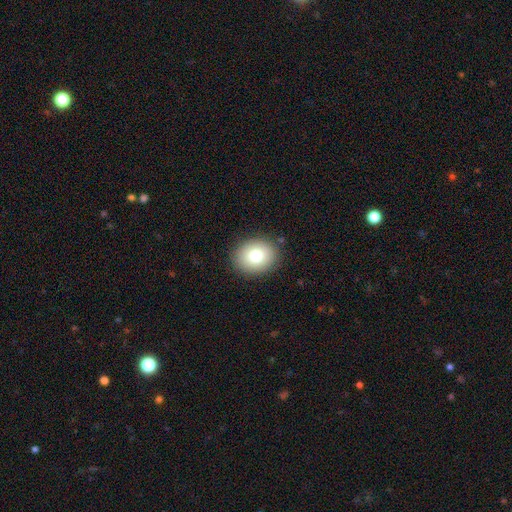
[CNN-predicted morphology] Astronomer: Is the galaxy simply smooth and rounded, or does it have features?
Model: smooth — 78%.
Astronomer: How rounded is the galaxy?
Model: round — 52% (runner-up: in between, 47%).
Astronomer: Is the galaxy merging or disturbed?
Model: none — 88%.